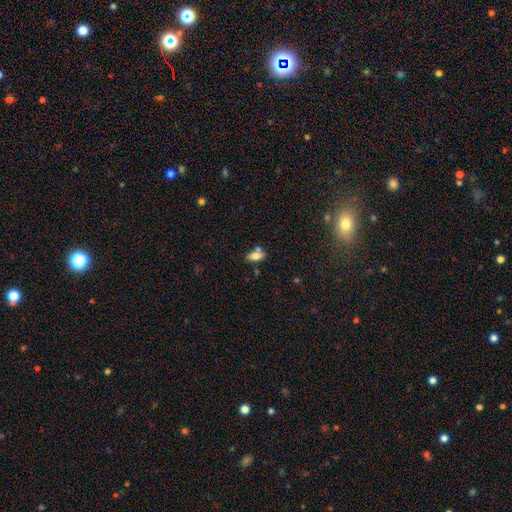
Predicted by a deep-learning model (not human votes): Smooth or featured: smooth — 73% (featured or disk — 18%)
How rounded: in between — 85% (cigar-shaped — 9%)
Merging: none — 58% (merger — 22%)